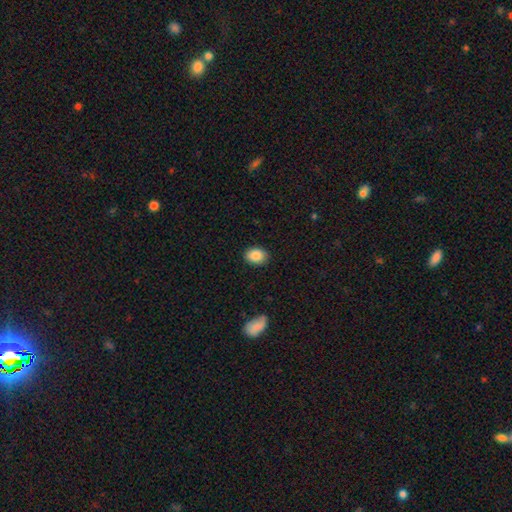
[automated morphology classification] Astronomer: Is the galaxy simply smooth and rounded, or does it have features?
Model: smooth — 87%.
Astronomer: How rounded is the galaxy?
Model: in between — 71%.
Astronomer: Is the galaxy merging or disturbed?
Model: none — 88%.